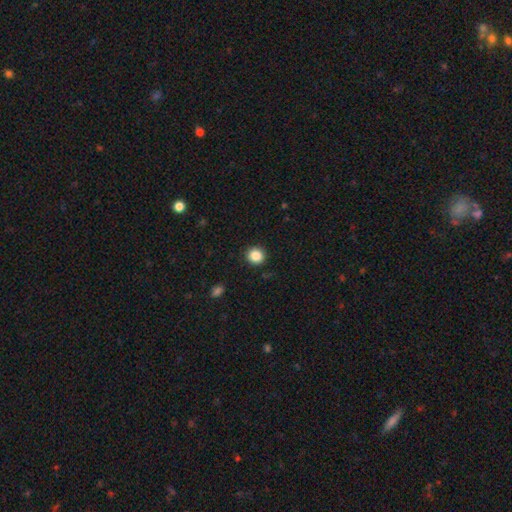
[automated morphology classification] smooth 86%, star or artifact 10%, featured or disk 4%. Down the decision tree: how rounded — round (91%); merging — none (92%).